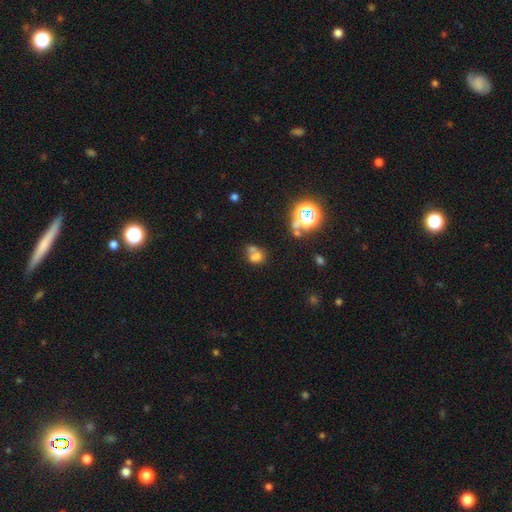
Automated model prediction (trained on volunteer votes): A smooth galaxy with no disk features (61%) that is round (55%).

Vote fractions:
- Smooth or featured? smooth: 61% / star or artifact: 21% / featured or disk: 18%
- How rounded? round: 55% / in between: 44% / cigar-shaped: 1%
- Merging? merger: 51% / none: 30% / minor disturbance: 11% / major disturbance: 8%